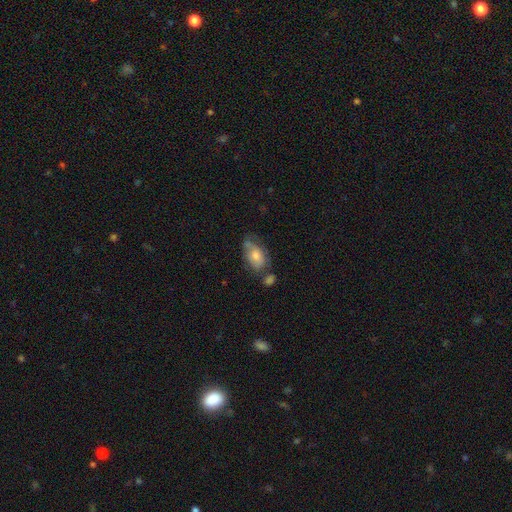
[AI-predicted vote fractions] Smooth or featured?
  - smooth: 55% *
  - featured or disk: 36%
  - star or artifact: 9%
How rounded?
  - in between: 86% *
  - round: 11%
  - cigar-shaped: 2%
Merging?
  - none: 44% *
  - minor disturbance: 29%
  - merger: 14%
  - major disturbance: 13%